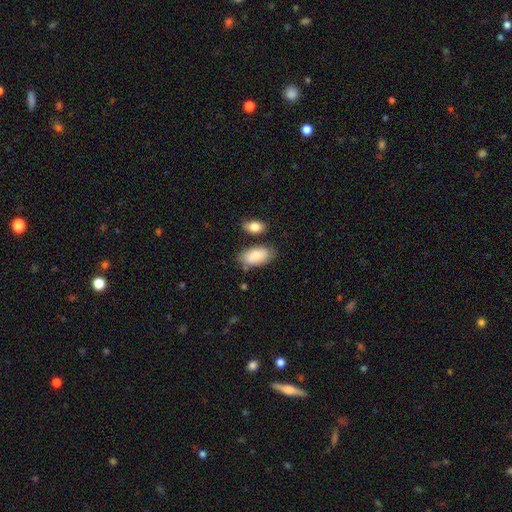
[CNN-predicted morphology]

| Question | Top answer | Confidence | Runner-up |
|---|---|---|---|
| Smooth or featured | smooth | 82% | featured or disk (12%) |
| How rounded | in between | 94% | cigar-shaped (3%) |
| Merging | none | 68% | minor disturbance (19%) |